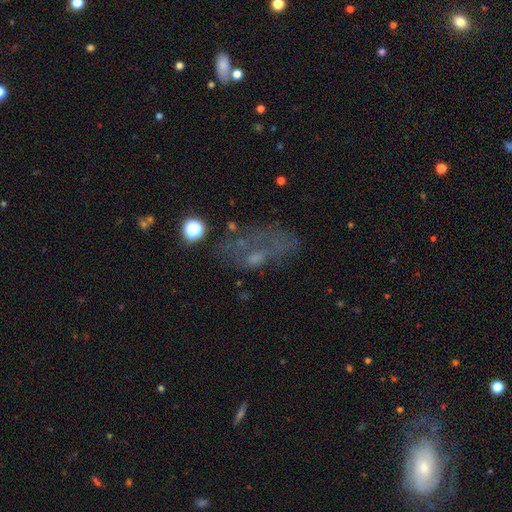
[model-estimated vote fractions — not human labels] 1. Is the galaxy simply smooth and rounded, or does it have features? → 44% featured or disk, 33% smooth, 23% star or artifact.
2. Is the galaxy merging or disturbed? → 39% none, 33% major disturbance, 20% minor disturbance, 8% merger.